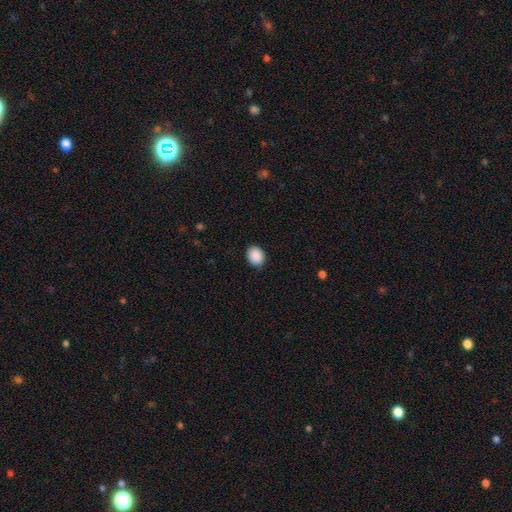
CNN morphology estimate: smooth 90%, star or artifact 8%, featured or disk 3%. Down the decision tree: how rounded — round (58%); merging — none (86%).